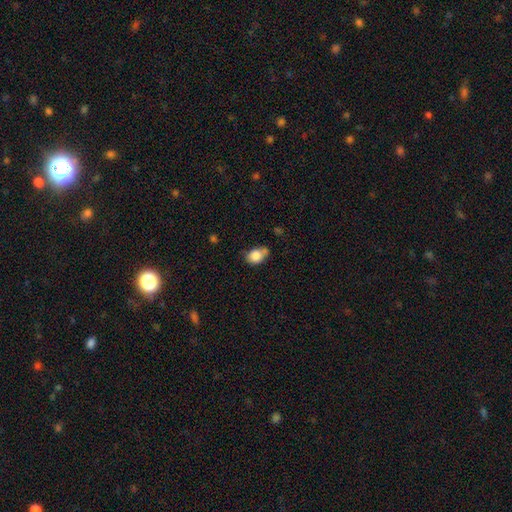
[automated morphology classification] A smooth galaxy with no disk features (82%) that is in between round and cigar-shaped (54%).

Vote fractions:
- Smooth or featured? smooth: 82% / star or artifact: 9% / featured or disk: 9%
- How rounded? in between: 54% / round: 45% / cigar-shaped: 1%
- Merging? none: 44% / minor disturbance: 29% / merger: 19% / major disturbance: 8%